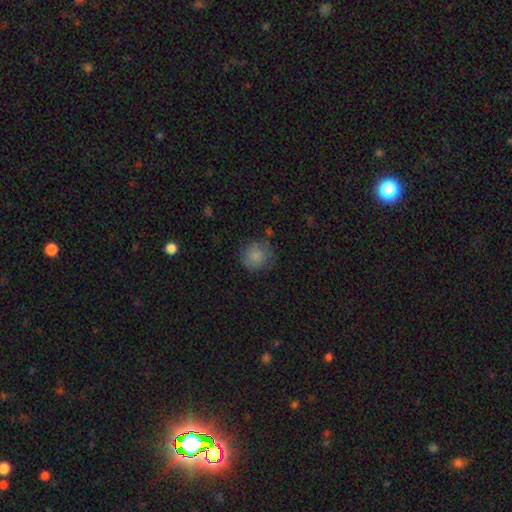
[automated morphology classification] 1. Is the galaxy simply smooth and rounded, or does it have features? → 84% smooth, 8% star or artifact, 8% featured or disk.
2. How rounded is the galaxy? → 90% round, 9% in between, 1% cigar-shaped.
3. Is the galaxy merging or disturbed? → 77% none, 17% minor disturbance, 5% major disturbance, 2% merger.